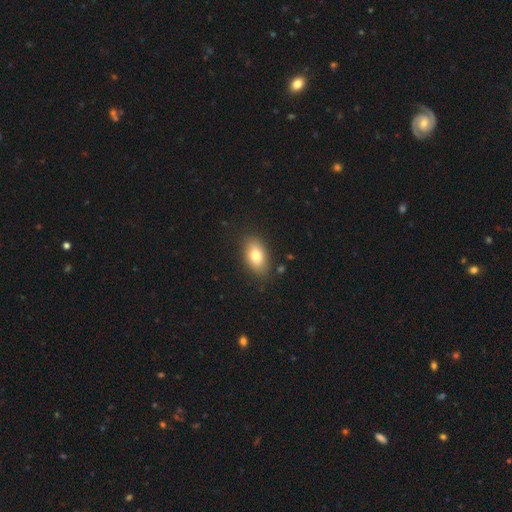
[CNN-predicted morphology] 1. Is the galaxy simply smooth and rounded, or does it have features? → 78% smooth, 14% featured or disk, 8% star or artifact.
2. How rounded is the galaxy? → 90% in between, 7% round, 3% cigar-shaped.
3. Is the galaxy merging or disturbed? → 84% none, 12% minor disturbance, 3% major disturbance, 2% merger.